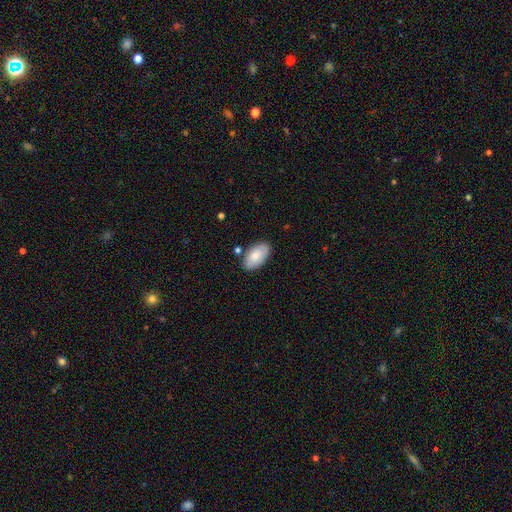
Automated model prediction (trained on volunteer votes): Q: Smooth or featured?
A: smooth (78%); runner-up: featured or disk (16%)
Q: How rounded?
A: in between (95%); runner-up: round (3%)
Q: Merging?
A: none (82%); runner-up: minor disturbance (12%)